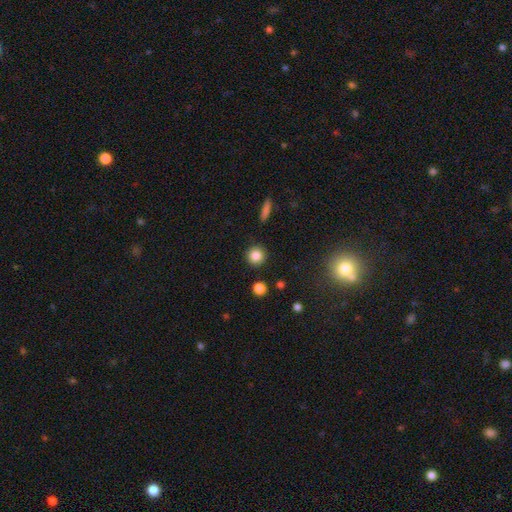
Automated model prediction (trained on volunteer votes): This is clearly a smooth galaxy (85%). How rounded: clearly round (93%). Merging: clearly none (90%).